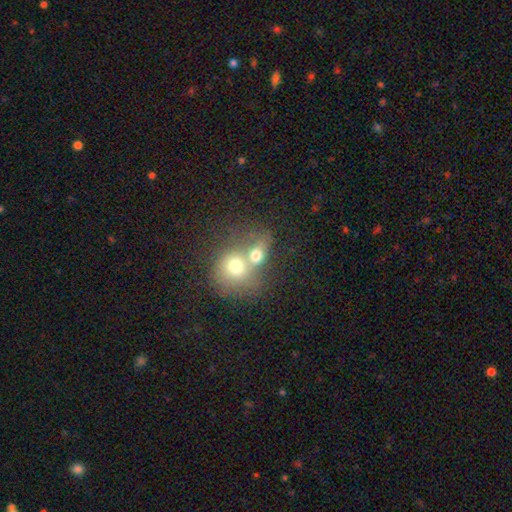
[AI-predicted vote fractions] smooth 68%, featured or disk 20%, star or artifact 12%. Down the decision tree: how rounded — round (64%); merging — merger (70%).